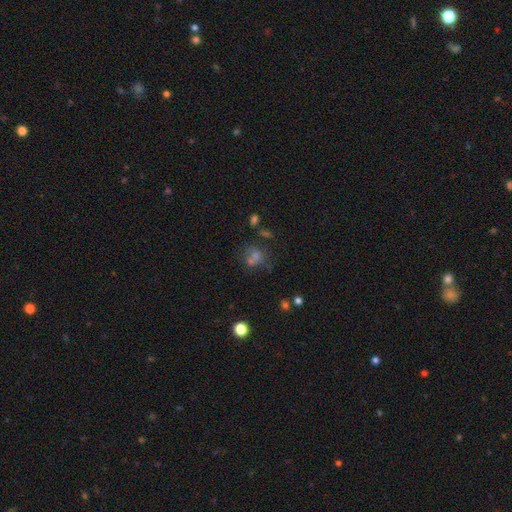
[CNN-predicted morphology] This is possibly a smooth galaxy (46%). Merging: possibly none (50%).